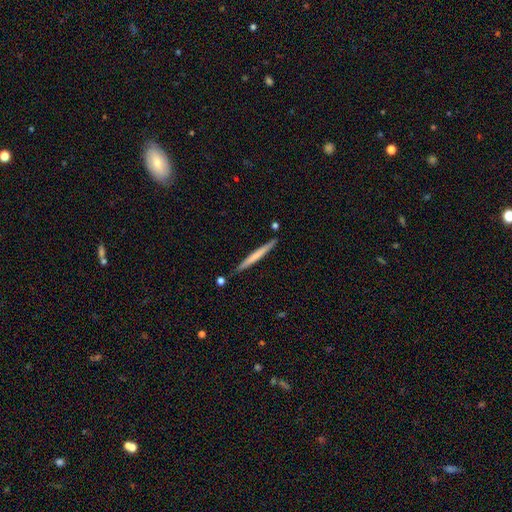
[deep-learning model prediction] Overall: smooth (59%; featured or disk 36%). How rounded: cigar-shaped (97%). Merging: none (87%).